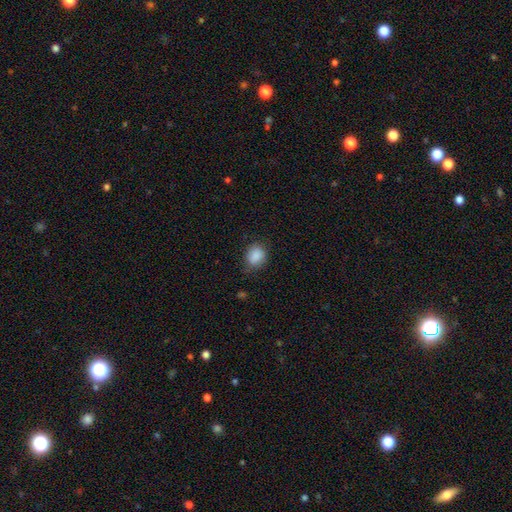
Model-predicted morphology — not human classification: Smooth or featured? smooth (88%)
How rounded? in between (50%)
Merging? none (75%)